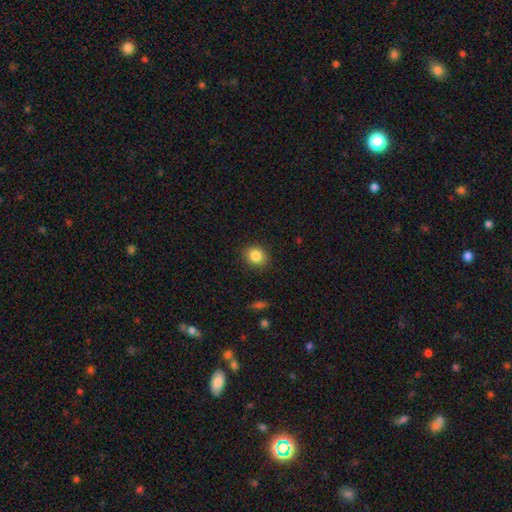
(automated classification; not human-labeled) Smooth or featured: smooth — 84% (star or artifact — 10%)
How rounded: round — 73% (in between — 26%)
Merging: none — 87% (minor disturbance — 9%)